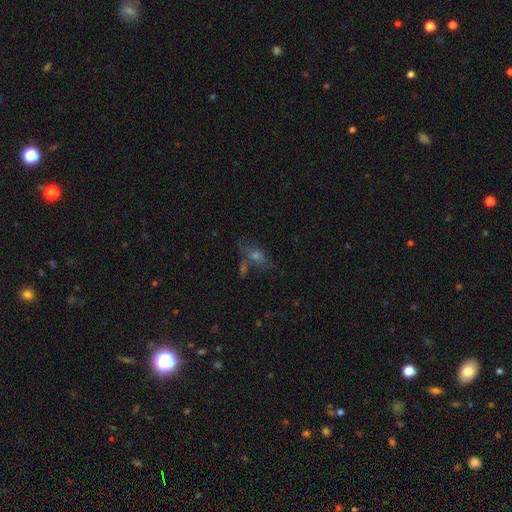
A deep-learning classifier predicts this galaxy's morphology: Smooth or featured: smooth — 46% (featured or disk — 29%)
Merging: none — 56% (merger — 19%)